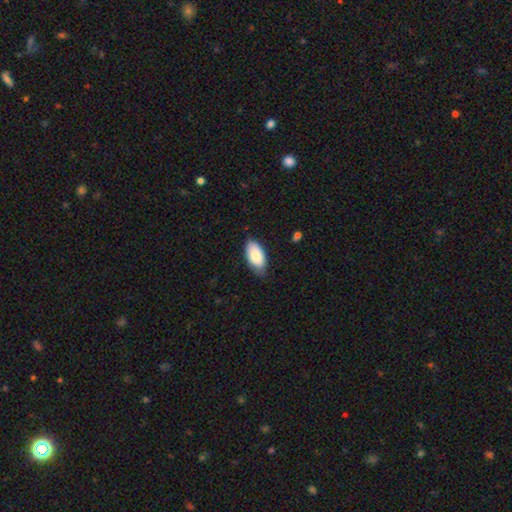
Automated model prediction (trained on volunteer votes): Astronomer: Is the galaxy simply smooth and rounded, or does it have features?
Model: smooth — 84%.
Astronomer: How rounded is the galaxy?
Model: in between — 94%.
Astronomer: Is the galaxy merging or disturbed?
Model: none — 75%.